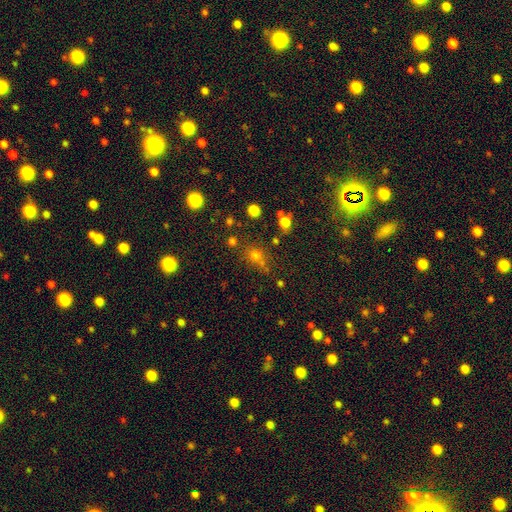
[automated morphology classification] smooth 61%, star or artifact 30%, featured or disk 9%. Down the decision tree: how rounded — round (81%); merging — none (64%).